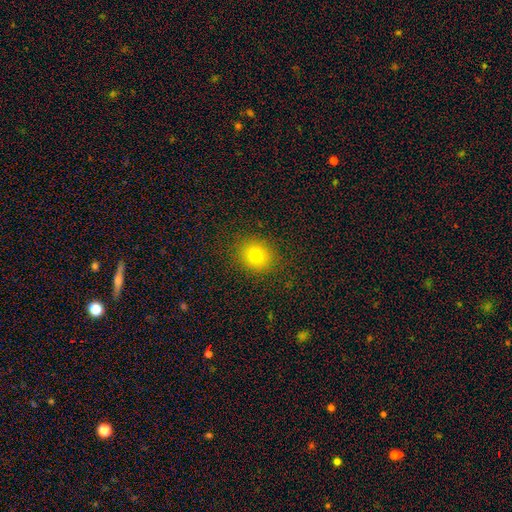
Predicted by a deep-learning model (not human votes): smooth 77%, star or artifact 14%, featured or disk 9%. Down the decision tree: how rounded — round (75%); merging — none (87%).